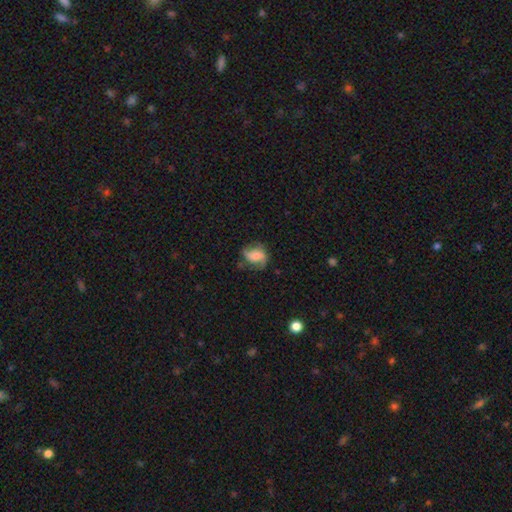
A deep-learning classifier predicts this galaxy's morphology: Overall: featured or disk (50%; smooth 41%). Edge-on disk: no (97%). Merging: none (54%; minor disturbance 25%).